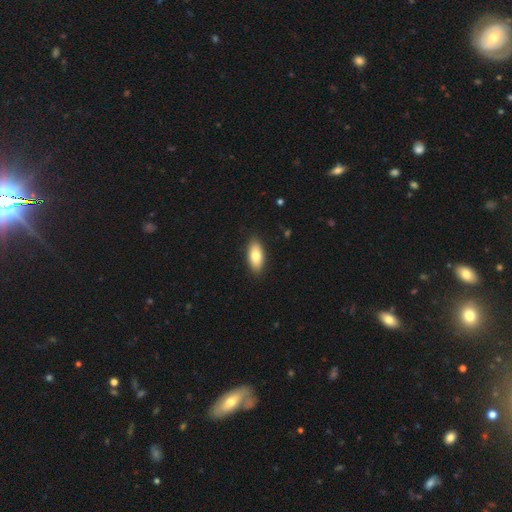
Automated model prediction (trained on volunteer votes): smooth-or-featured: smooth: 81% | featured or disk: 13% | star or artifact: 6%
  how-rounded: in between: 88% | cigar-shaped: 10% | round: 2%
  merging: none: 89% | minor disturbance: 8% | major disturbance: 2% | merger: 1%